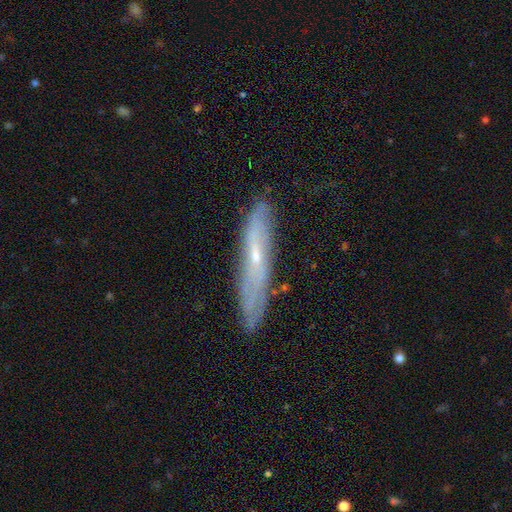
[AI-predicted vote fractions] smooth_or_featured: featured or disk (p=0.63) [alt: smooth p=0.29]
disk_edge_on: yes (p=0.63) [alt: no p=0.37]
merging: none (p=0.78) [alt: minor disturbance p=0.17]